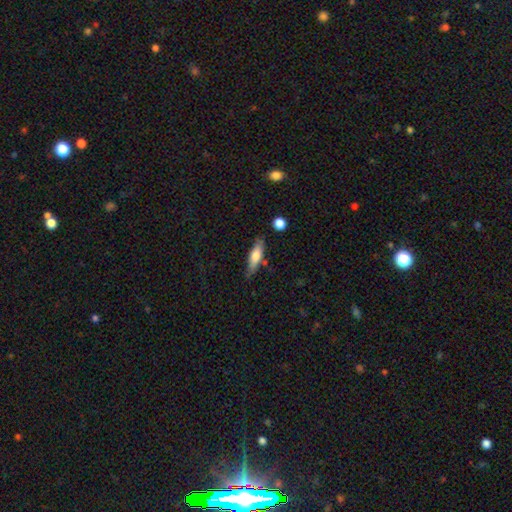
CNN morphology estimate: The model was most divided on "how rounded": cigar-shaped: 61%, in between: 37%, round: 2%. More confident: merging — none (75%); smooth or featured — smooth (61%).